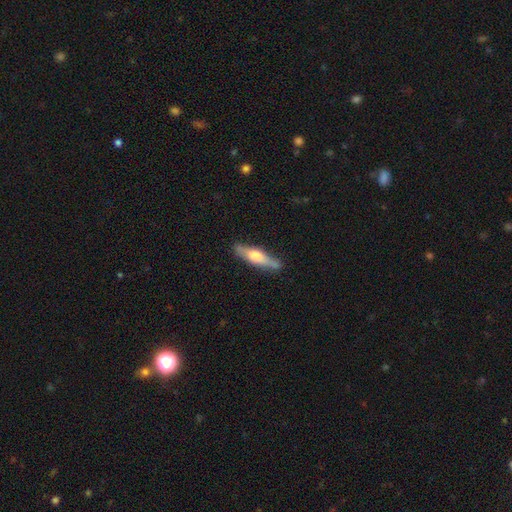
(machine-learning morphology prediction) smooth-or-featured: featured or disk: 49% | smooth: 45% | star or artifact: 6%
  merging: none: 81% | minor disturbance: 14% | major disturbance: 3% | merger: 2%